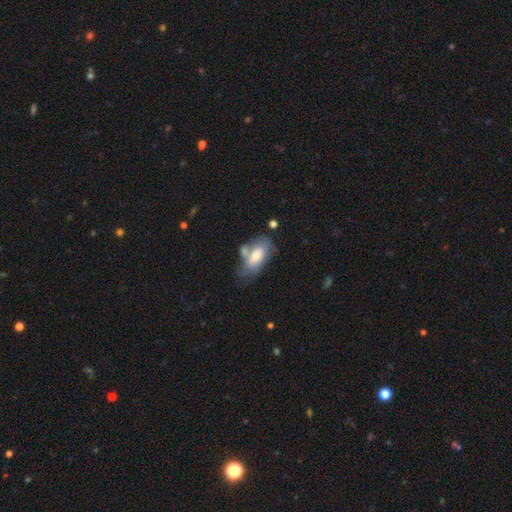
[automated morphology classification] smooth 69%, featured or disk 25%, star or artifact 6%. Down the decision tree: how rounded — in between (90%); merging — none (41%).